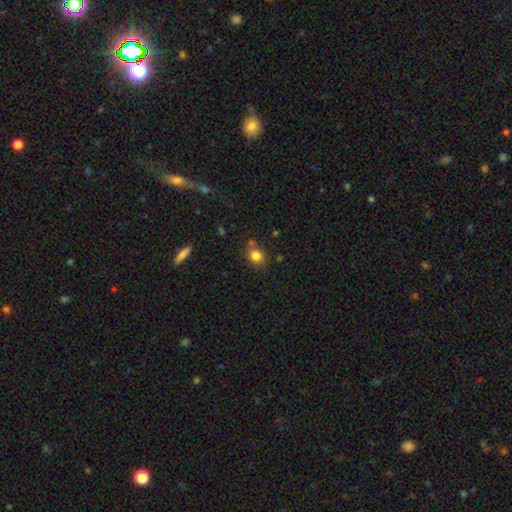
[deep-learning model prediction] Smooth or featured? smooth (83%)
How rounded? round (66%)
Merging? none (73%)